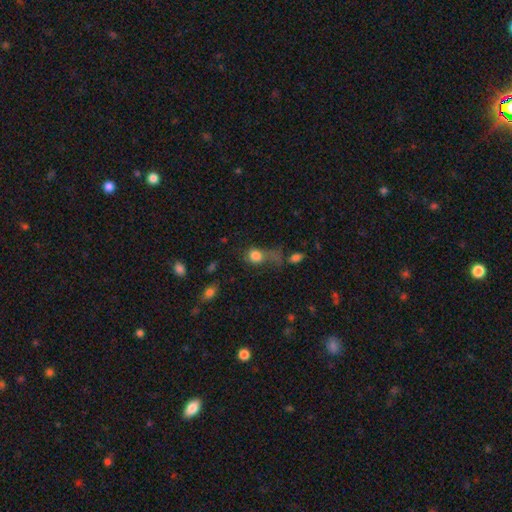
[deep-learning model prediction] Morphology: type=smooth (78%); roundness=round (68%); merging=major disturbance (32%).